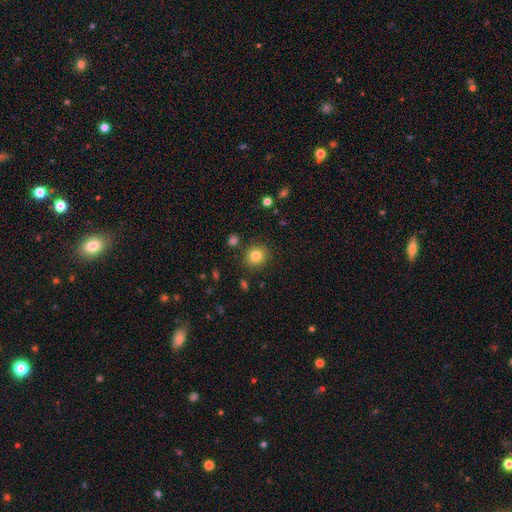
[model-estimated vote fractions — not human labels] Smooth or featured? Predicted: smooth (p=0.83). How rounded? Predicted: round (p=0.83). Merging? Predicted: none (p=0.86).